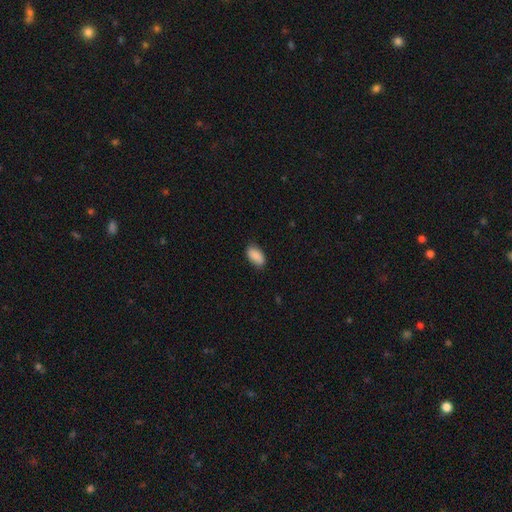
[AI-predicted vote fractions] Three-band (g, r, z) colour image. It shows a smooth galaxy with no disk features (89%) that is in between round and cigar-shaped (93%). Merging: none (82%).